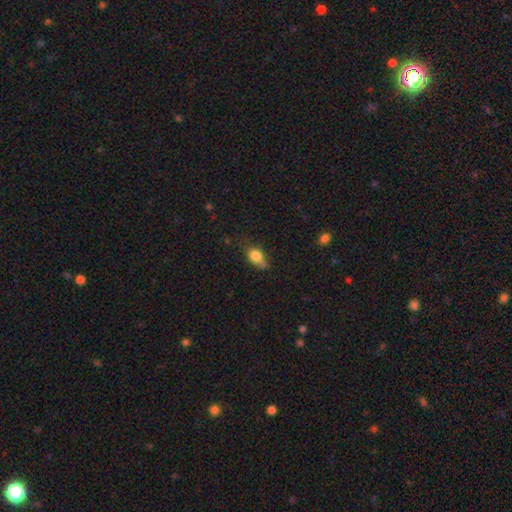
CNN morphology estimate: Overall: smooth (77%). How rounded: in between (70%). Merging: none (43%; minor disturbance 39%).